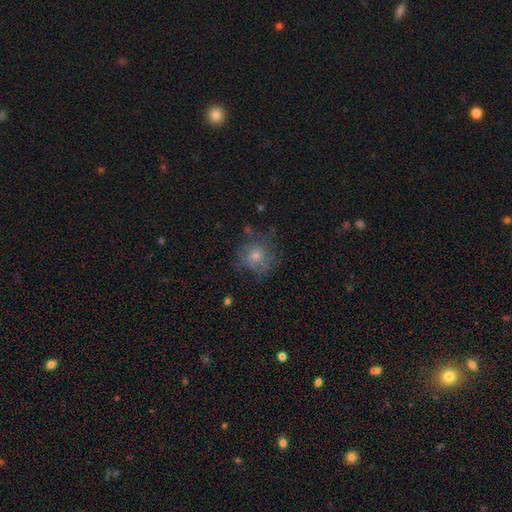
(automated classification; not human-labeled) Overall: smooth (44%; featured or disk 37%). Merging: none (70%).